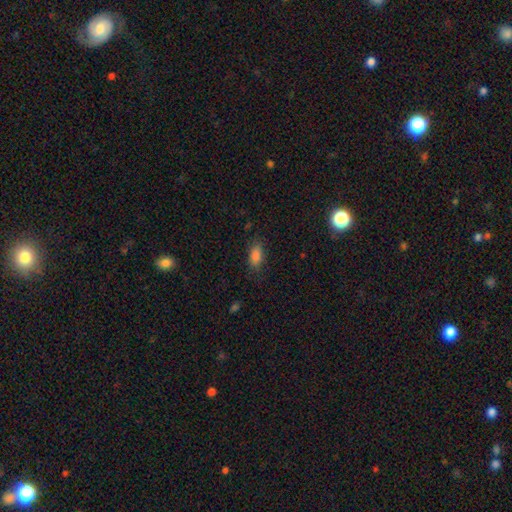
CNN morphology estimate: Smooth or featured?
  - smooth: 84% *
  - star or artifact: 11%
  - featured or disk: 5%
How rounded?
  - in between: 87% *
  - cigar-shaped: 8%
  - round: 5%
Merging?
  - none: 78% *
  - minor disturbance: 16%
  - major disturbance: 4%
  - merger: 1%